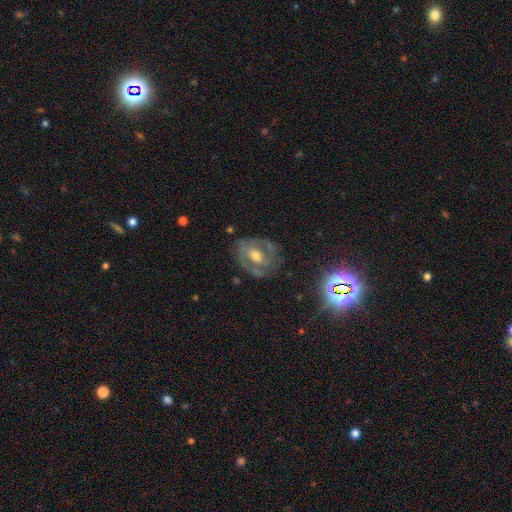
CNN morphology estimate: A featured or disk galaxy (72%) with no bar (53%), spiral arms (65%) and a moderate central bulge (64%). Merging: none (69%).